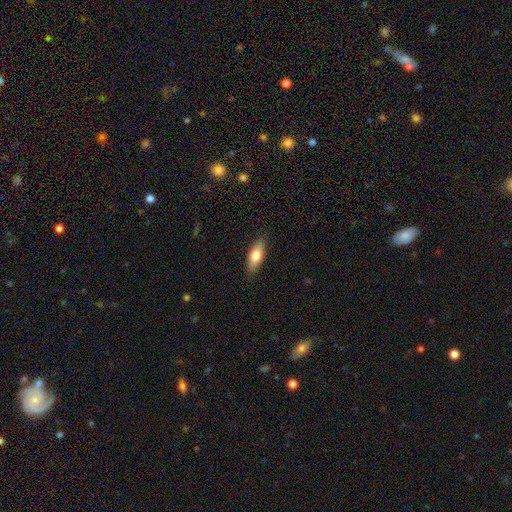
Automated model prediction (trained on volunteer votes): Smooth or featured? Predicted: smooth (p=0.72). How rounded? Predicted: in between (p=0.69). Merging? Predicted: none (p=0.87).